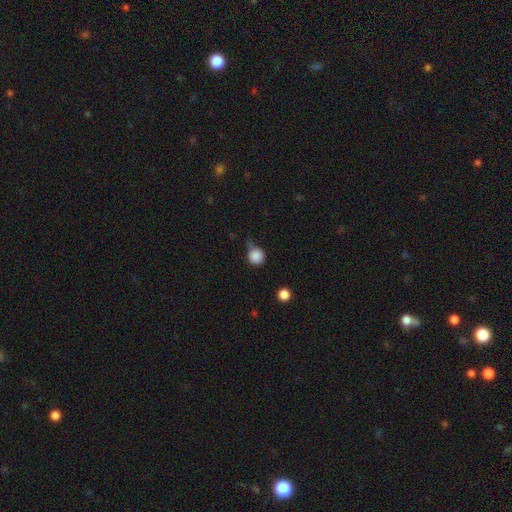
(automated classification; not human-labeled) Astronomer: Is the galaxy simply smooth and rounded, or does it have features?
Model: smooth — 86%.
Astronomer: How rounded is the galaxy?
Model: round — 93%.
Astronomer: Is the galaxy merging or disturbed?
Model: none — 55%.